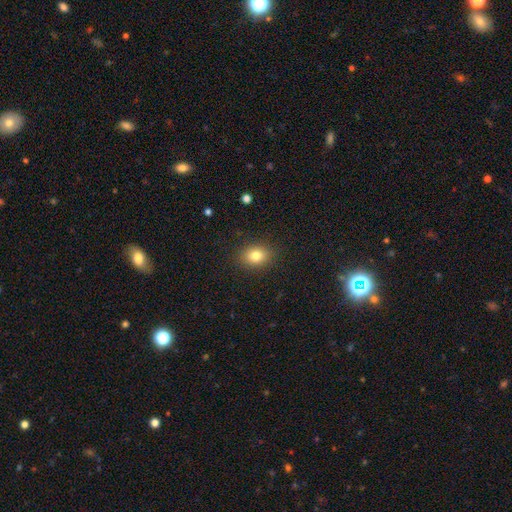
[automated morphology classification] The model was most divided on "how rounded": in between: 55%, round: 44%, cigar-shaped: 1%. More confident: merging — none (88%); smooth or featured — smooth (81%).